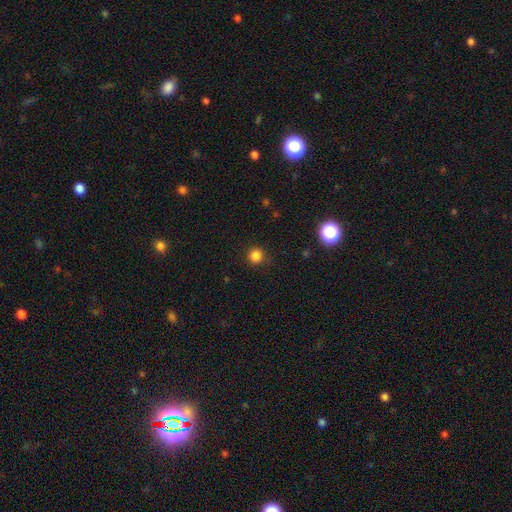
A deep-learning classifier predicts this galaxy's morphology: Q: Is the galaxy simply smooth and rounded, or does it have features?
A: smooth — 83%.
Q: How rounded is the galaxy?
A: round — 93%.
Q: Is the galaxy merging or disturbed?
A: none — 88%.